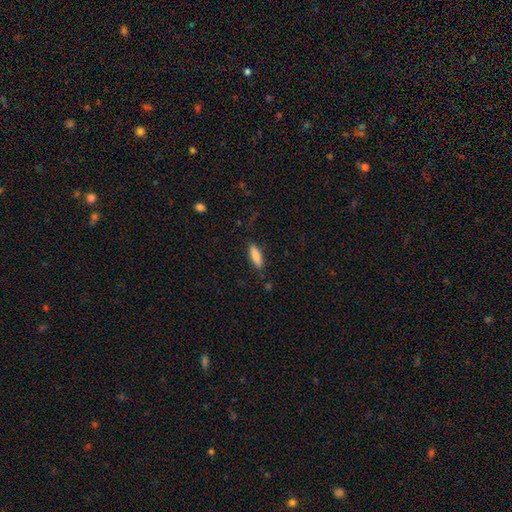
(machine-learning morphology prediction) A smooth galaxy with no disk features (82%) that is cigar-shaped (49%, tied with in between). Merging: none (82%).